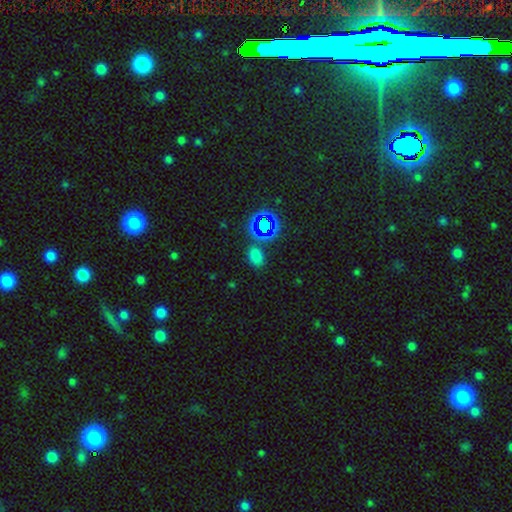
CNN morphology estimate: Smooth or featured: smooth — 67% (star or artifact — 27%)
How rounded: in between — 79% (round — 19%)
Merging: none — 77% (minor disturbance — 12%)